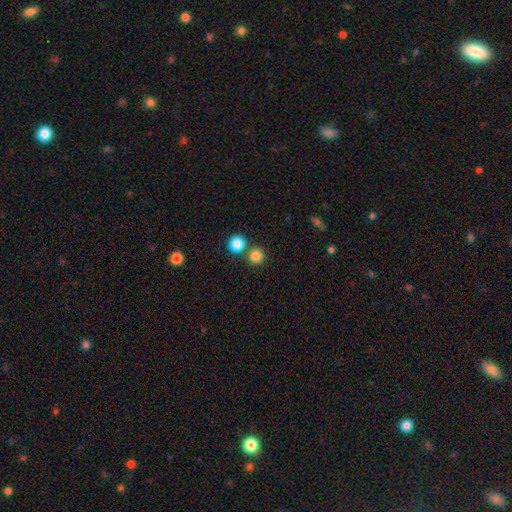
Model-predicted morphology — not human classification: This is clearly a smooth galaxy (82%). How rounded: clearly round (92%). Merging: likely none (73%).